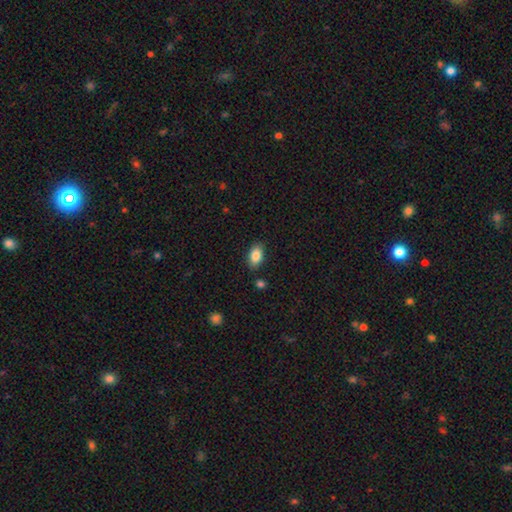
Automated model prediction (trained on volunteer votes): Smooth or featured: smooth — 86% (star or artifact — 8%)
How rounded: in between — 91% (round — 6%)
Merging: none — 85% (minor disturbance — 10%)